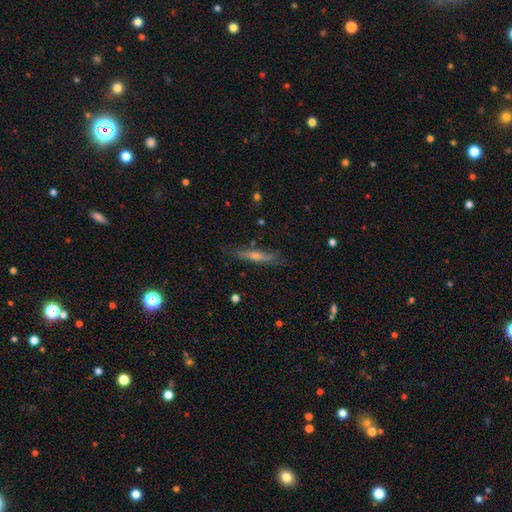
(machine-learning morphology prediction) type=featured or disk (60%); edge-on=yes (92%); edge-on bulge=rounded (73%); merging=none (82%).